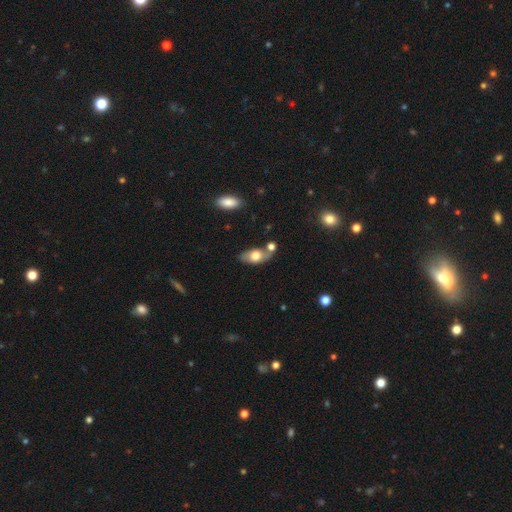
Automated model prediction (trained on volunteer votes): Smooth or featured: smooth — 62% (featured or disk — 31%)
How rounded: in between — 88% (round — 6%)
Merging: none — 62% (minor disturbance — 17%)